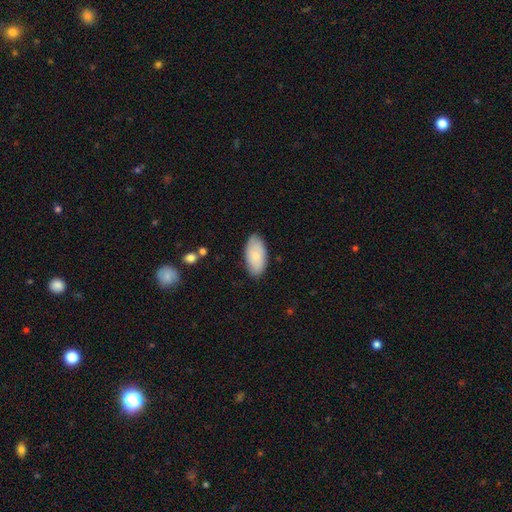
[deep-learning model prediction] Q: Smooth or featured?
A: smooth (77%); runner-up: featured or disk (17%)
Q: How rounded?
A: in between (95%); runner-up: cigar-shaped (3%)
Q: Merging?
A: none (84%); runner-up: minor disturbance (13%)